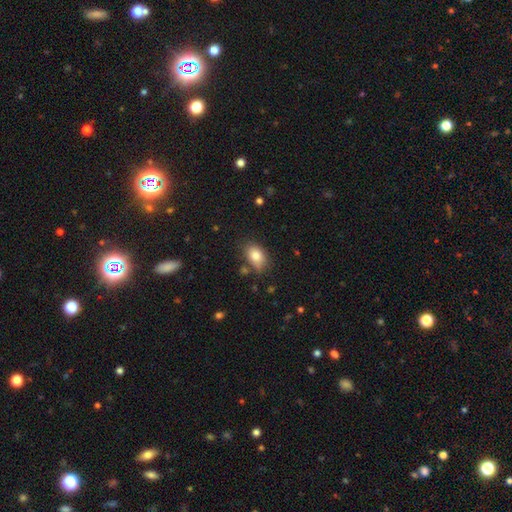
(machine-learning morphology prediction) A smooth galaxy with no disk features (82%) that is in between round and cigar-shaped (85%). Merging: none (71%).